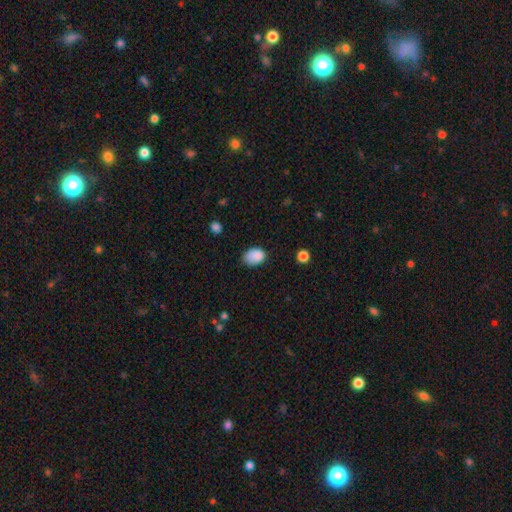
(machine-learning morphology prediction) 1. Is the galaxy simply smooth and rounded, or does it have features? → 85% smooth, 9% star or artifact, 6% featured or disk.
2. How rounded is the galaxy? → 76% in between, 23% round, 1% cigar-shaped.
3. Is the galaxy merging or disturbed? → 60% none, 31% minor disturbance, 7% major disturbance, 2% merger.